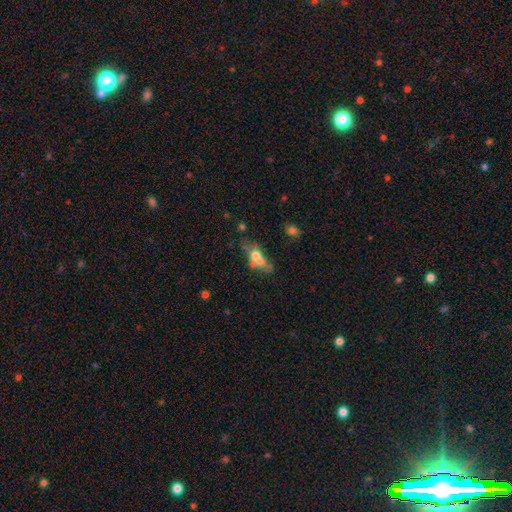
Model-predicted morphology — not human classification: This appears to be a smooth galaxy with no disk features (53%) that is in between round and cigar-shaped (64%). Merging: none (31%).